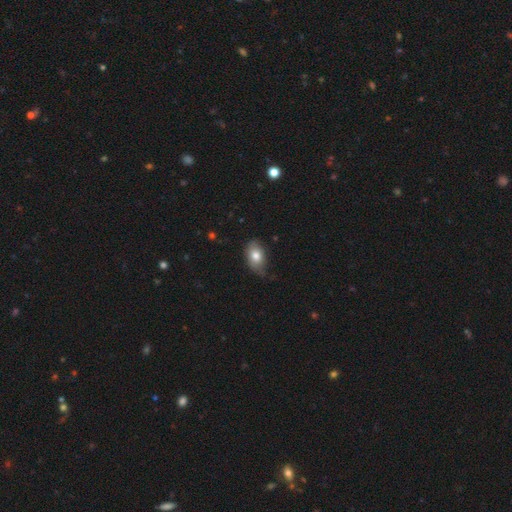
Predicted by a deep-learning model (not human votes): A smooth galaxy with no disk features (77%) that is in between round and cigar-shaped (86%).

Vote fractions:
- Smooth or featured? smooth: 77% / featured or disk: 15% / star or artifact: 8%
- How rounded? in between: 86% / round: 12% / cigar-shaped: 2%
- Merging? none: 58% / minor disturbance: 34% / major disturbance: 6% / merger: 2%